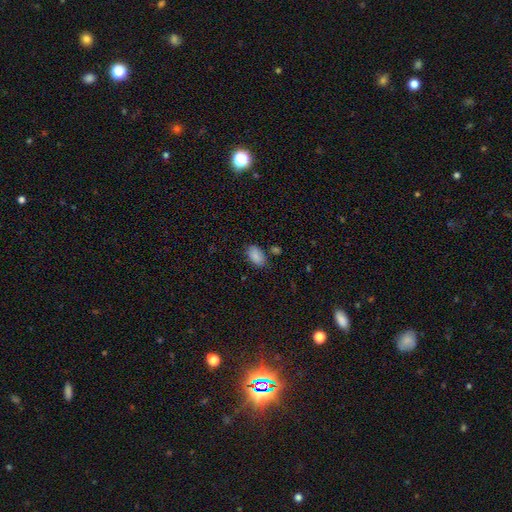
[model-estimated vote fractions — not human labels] This is clearly a smooth galaxy (87%). How rounded: clearly in between (92%). Merging: likely none (72%).